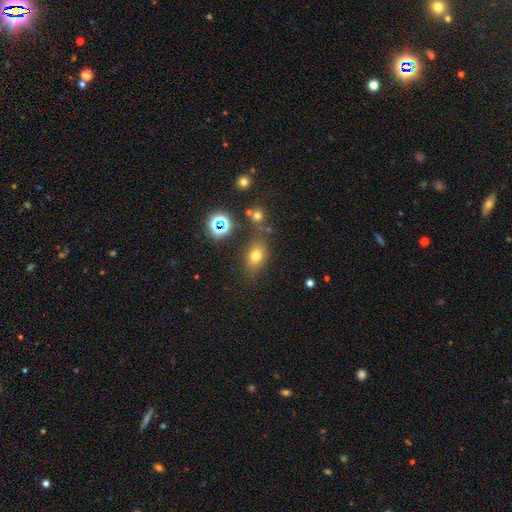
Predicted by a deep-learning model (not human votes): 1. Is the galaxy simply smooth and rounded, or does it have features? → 67% smooth, 21% star or artifact, 12% featured or disk.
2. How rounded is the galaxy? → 71% in between, 27% round, 3% cigar-shaped.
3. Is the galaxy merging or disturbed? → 75% none, 14% minor disturbance, 6% merger, 5% major disturbance.